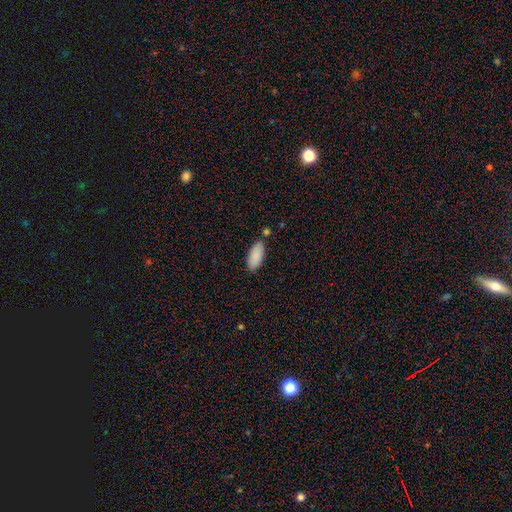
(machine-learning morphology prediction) Smooth or featured?
  - smooth: 90% *
  - star or artifact: 6%
  - featured or disk: 4%
How rounded?
  - in between: 88% *
  - cigar-shaped: 10%
  - round: 2%
Merging?
  - none: 81% *
  - minor disturbance: 12%
  - merger: 5%
  - major disturbance: 2%